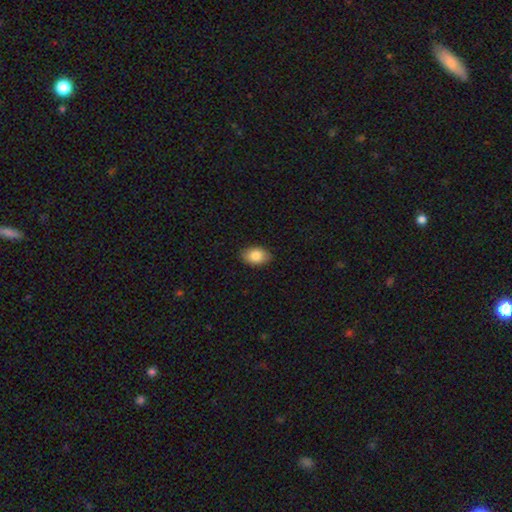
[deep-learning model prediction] smooth-or-featured: smooth: 87% | star or artifact: 7% | featured or disk: 6%
  how-rounded: in between: 87% | round: 12% | cigar-shaped: 1%
  merging: none: 87% | minor disturbance: 10% | major disturbance: 2% | merger: 1%